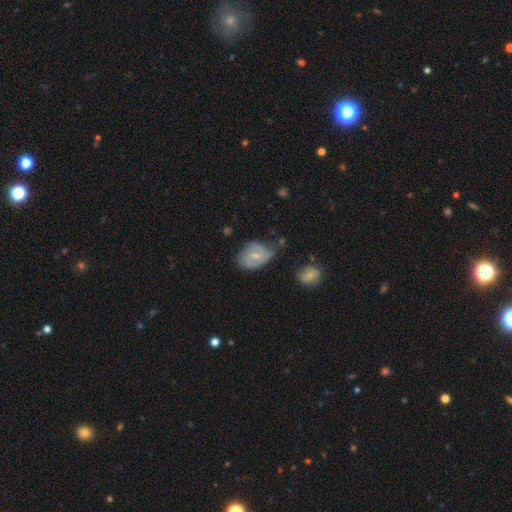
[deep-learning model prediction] A featured or disk galaxy (67%) with a weak bar (49%), 2 (61%) medium (45%) spiral arms (87%) and a small central bulge (55%).

Vote fractions:
- Smooth or featured? featured or disk: 67% / smooth: 27% / star or artifact: 7%
- Edge-on disk? no: 97% / yes: 3%
- Bar? weak: 49% / no: 40% / strong: 10%
- Spiral arms? yes: 87% / no: 13%
- Spiral winding? medium: 45% / tight: 37% / loose: 18%
- Spiral arm count? 2: 61% / can't tell: 19% / 3: 11% / 1: 6% / 4: 2% / more than 4: 2%
- Bulge size? small: 55% / moderate: 39% / none: 3% / large: 1% / dominant: 1%
- Merging? none: 45% / minor disturbance: 34% / major disturbance: 16% / merger: 5%